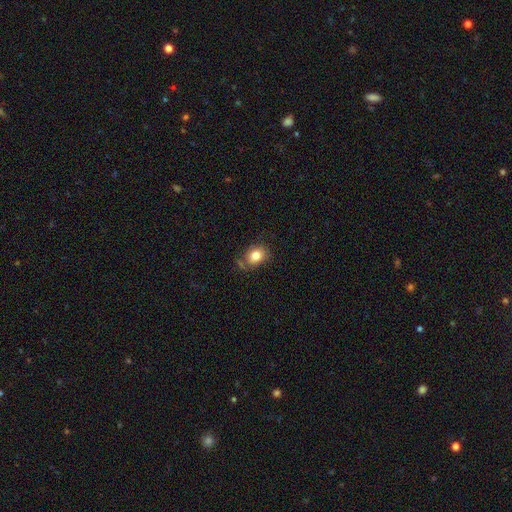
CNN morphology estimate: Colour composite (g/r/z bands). It shows a smooth galaxy with no disk features (81%) that is in between round and cigar-shaped (51%). Merging: none (65%).